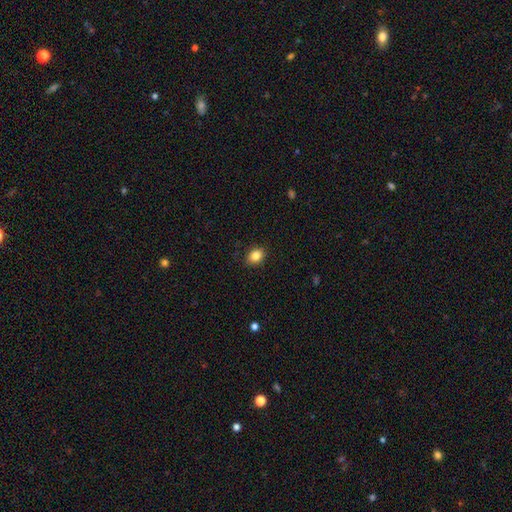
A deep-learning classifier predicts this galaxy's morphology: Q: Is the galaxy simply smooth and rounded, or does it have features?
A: smooth — 85%.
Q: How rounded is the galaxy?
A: in between — 63%.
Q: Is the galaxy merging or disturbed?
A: none — 88%.